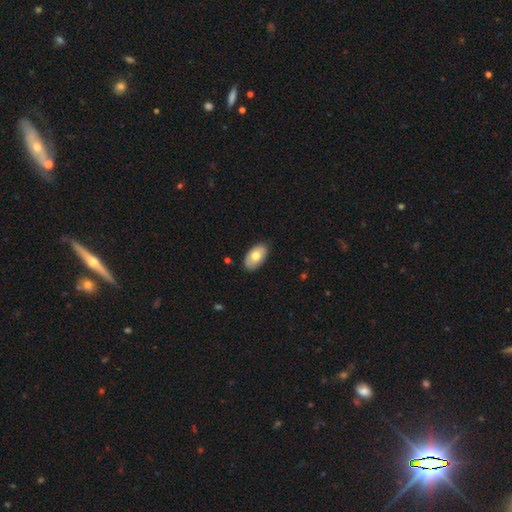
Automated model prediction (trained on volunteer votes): smooth-or-featured: smooth: 70% | featured or disk: 24% | star or artifact: 6%
  how-rounded: in between: 94% | round: 4% | cigar-shaped: 1%
  merging: none: 85% | minor disturbance: 12% | major disturbance: 2% | merger: 1%